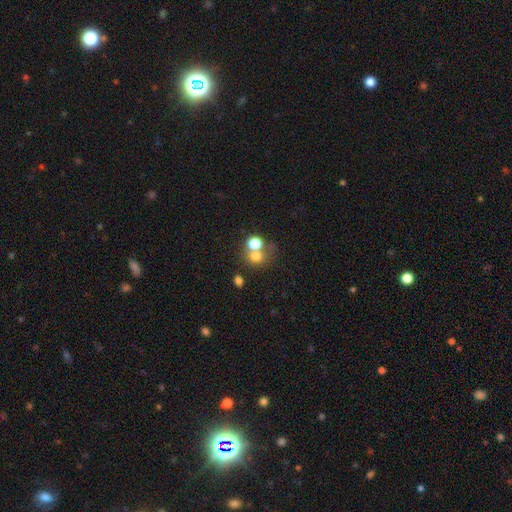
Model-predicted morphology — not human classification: Smooth or featured? Predicted: smooth (p=0.71). How rounded? Predicted: round (p=0.74). Merging? Predicted: merger (p=0.44).